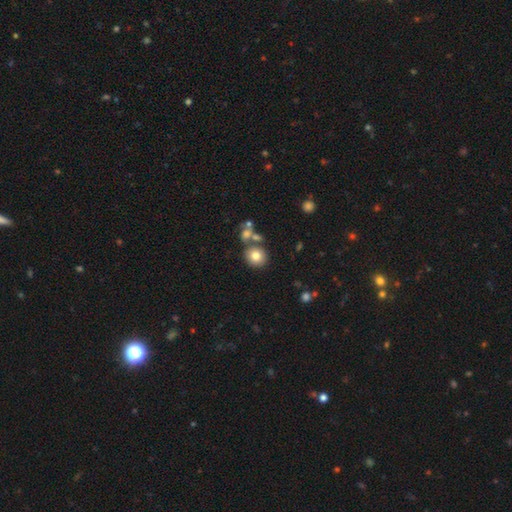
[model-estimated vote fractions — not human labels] smooth-or-featured: smooth: 77% | featured or disk: 12% | star or artifact: 11%
  how-rounded: round: 86% | in between: 13% | cigar-shaped: 1%
  merging: none: 70% | merger: 17% | minor disturbance: 9% | major disturbance: 4%